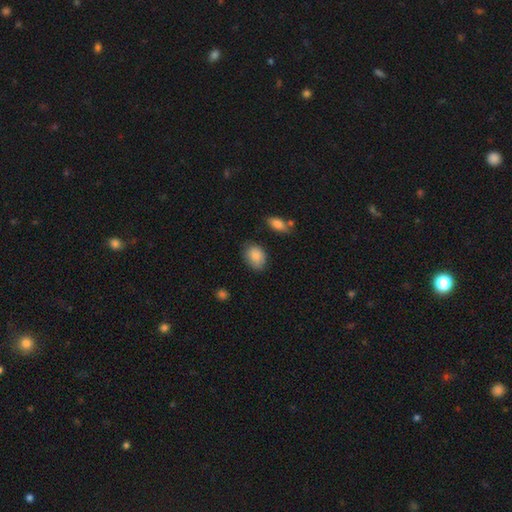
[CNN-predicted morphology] The model was most divided on "how rounded": in between: 73%, round: 25%, cigar-shaped: 1%. More confident: smooth or featured — smooth (88%); merging — none (76%).